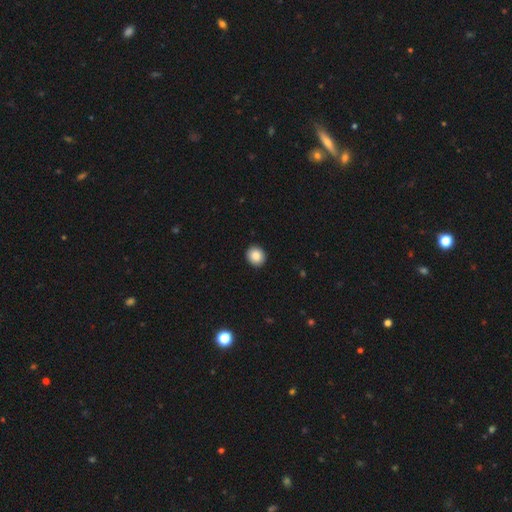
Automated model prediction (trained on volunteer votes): Overall: smooth (88%). How rounded: round (83%). Merging: none (92%).